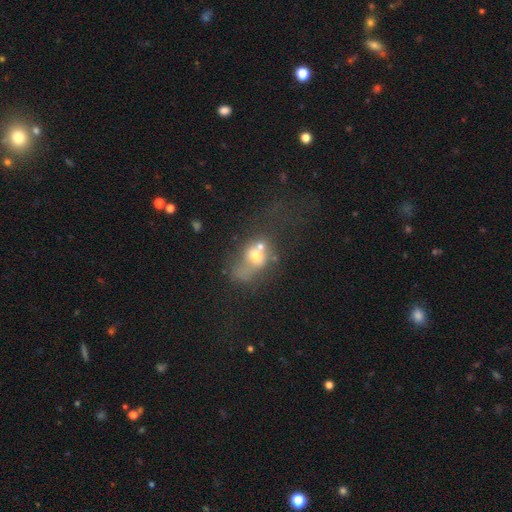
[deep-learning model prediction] A smooth galaxy with no disk features (53%) that is in between round and cigar-shaped (53%). Merging: merger (53%).